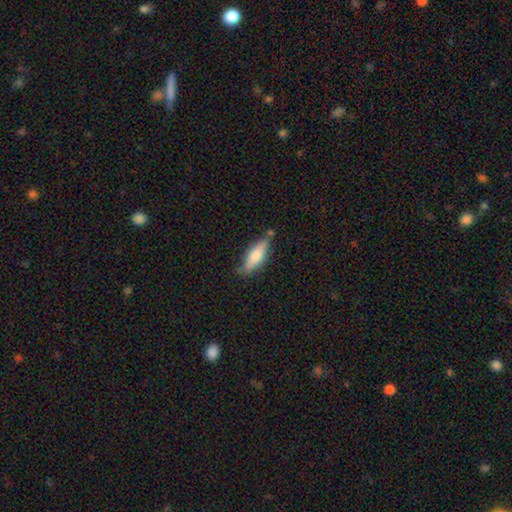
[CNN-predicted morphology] type=smooth (71%); roundness=cigar-shaped (51%); merging=none (68%).